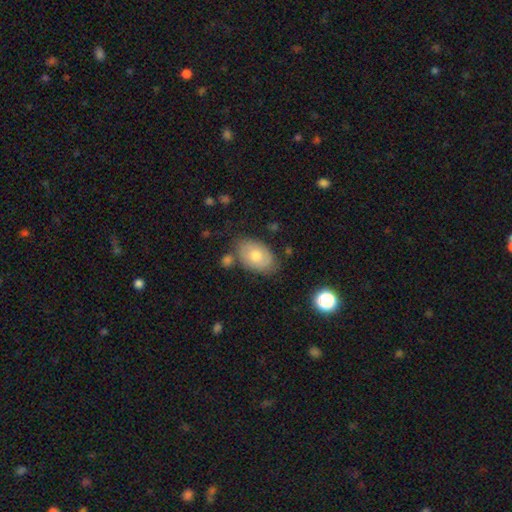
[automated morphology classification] This appears to be a smooth galaxy with no disk features (68%) that is in between round and cigar-shaped (86%). Merging: none (73%).